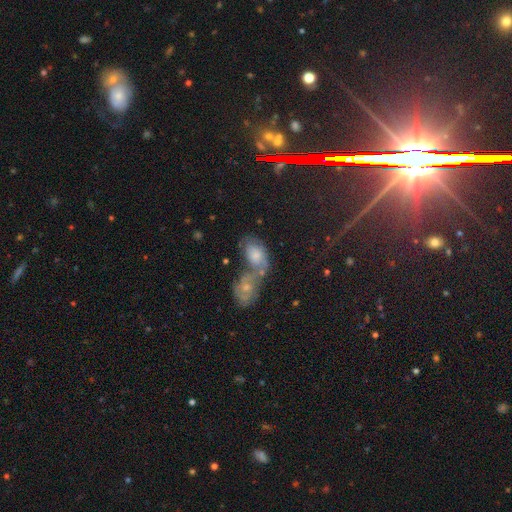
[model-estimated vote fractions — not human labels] smooth 51%, featured or disk 36%, star or artifact 12%. Down the decision tree: how rounded — in between (88%); merging — merger (65%).